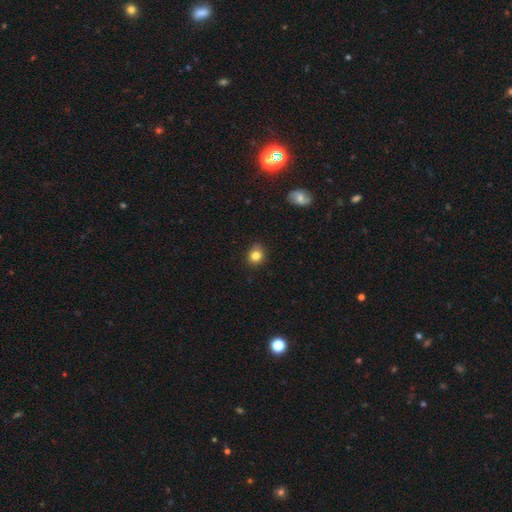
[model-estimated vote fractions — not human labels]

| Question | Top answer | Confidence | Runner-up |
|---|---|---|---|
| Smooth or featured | smooth | 82% | star or artifact (11%) |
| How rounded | round | 73% | in between (26%) |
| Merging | none | 81% | minor disturbance (15%) |